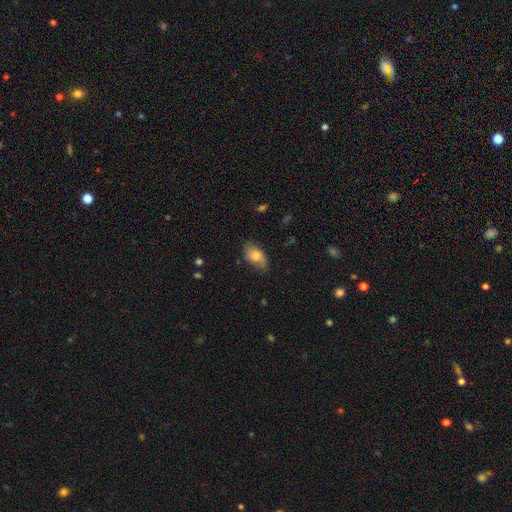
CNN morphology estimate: smooth-or-featured: smooth: 72% | featured or disk: 20% | star or artifact: 8%
  how-rounded: in between: 90% | round: 9% | cigar-shaped: 2%
  merging: none: 64% | minor disturbance: 28% | major disturbance: 7% | merger: 1%